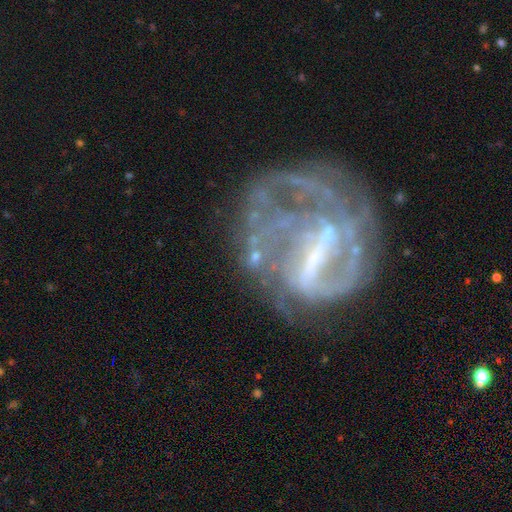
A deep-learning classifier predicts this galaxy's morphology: Smooth or featured? featured or disk (81%)
Edge-on disk? no (97%)
Bar? strong (53%)
Spiral arms? yes (79%)
Spiral winding? medium (40%)
Spiral arm count? 2 (33%)
Bulge size? none (42%)
Merging? none (48%)